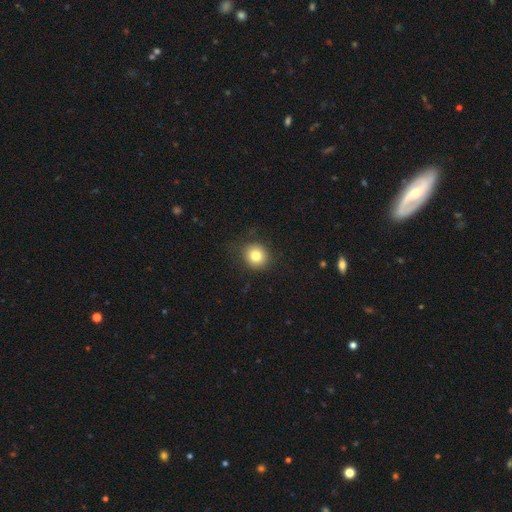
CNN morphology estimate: A smooth galaxy with no disk features (81%) that is round (88%). Merging: none (85%).